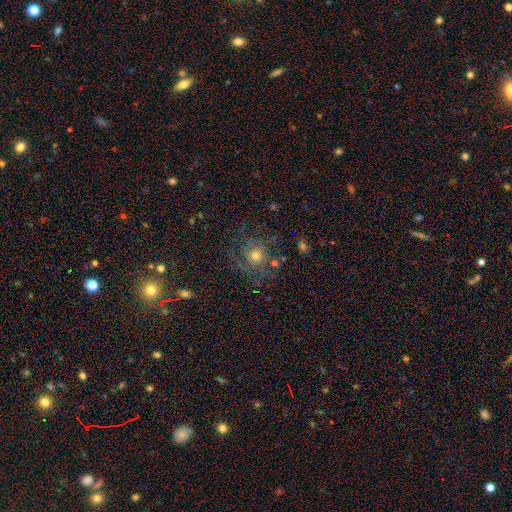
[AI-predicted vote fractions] A featured or disk galaxy (51%).

Vote fractions:
- Smooth or featured? featured or disk: 51% / smooth: 30% / star or artifact: 19%
- Edge-on disk? no: 96% / yes: 4%
- Merging? none: 68% / minor disturbance: 16% / major disturbance: 13% / merger: 3%